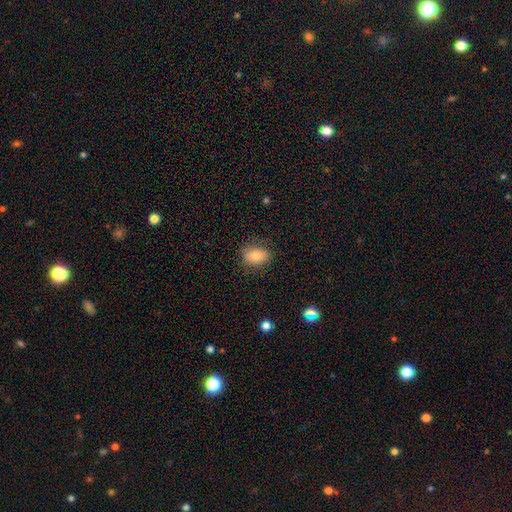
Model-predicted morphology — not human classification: Smooth or featured?
  - smooth: 79% *
  - featured or disk: 12%
  - star or artifact: 9%
How rounded?
  - in between: 77% *
  - round: 22%
  - cigar-shaped: 2%
Merging?
  - none: 79% *
  - minor disturbance: 16%
  - major disturbance: 4%
  - merger: 1%